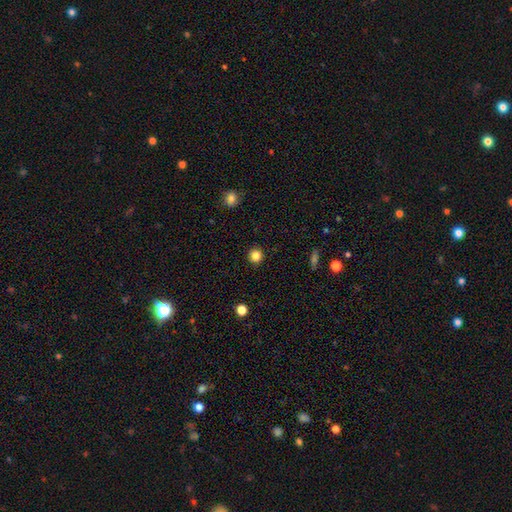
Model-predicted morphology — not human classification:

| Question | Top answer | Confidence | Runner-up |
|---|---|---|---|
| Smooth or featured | smooth | 84% | star or artifact (12%) |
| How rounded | round | 94% | in between (5%) |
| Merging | none | 92% | minor disturbance (5%) |